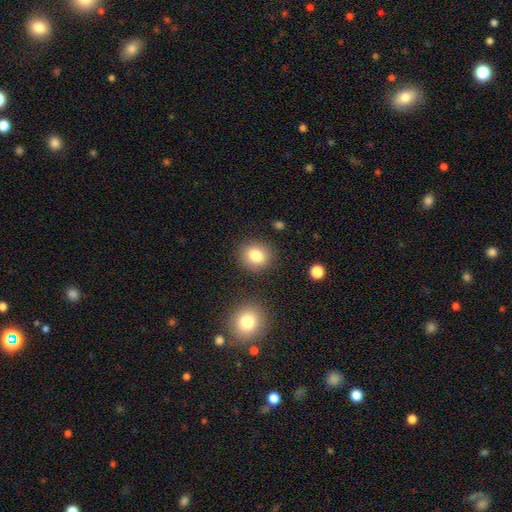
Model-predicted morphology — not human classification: This is clearly a smooth galaxy (81%). How rounded: likely round (79%). Merging: clearly none (86%).